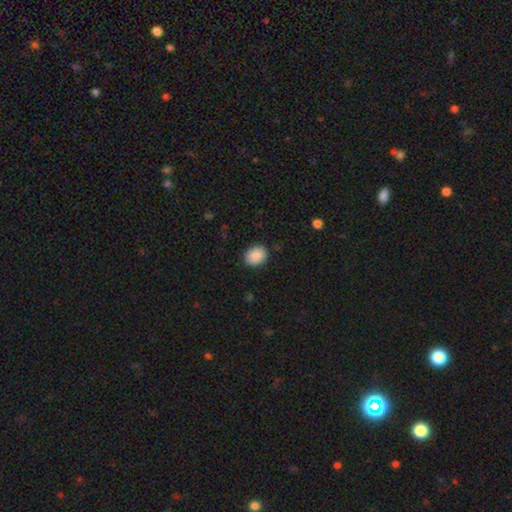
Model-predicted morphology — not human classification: type=smooth (89%); roundness=in between (55%); merging=none (88%).